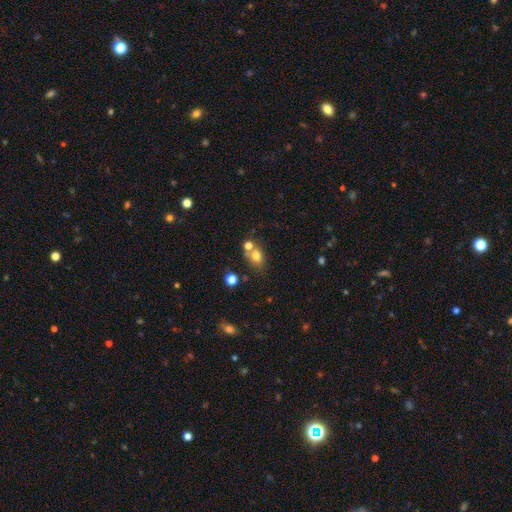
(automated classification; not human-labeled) This appears to be a smooth galaxy with no disk features (74%) that is in between round and cigar-shaped (55%). Merging: none (51%).